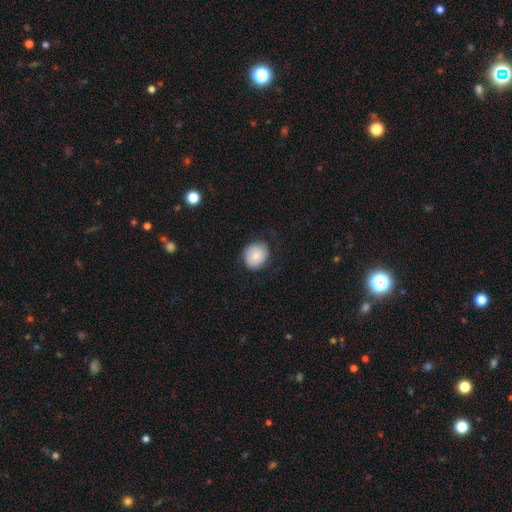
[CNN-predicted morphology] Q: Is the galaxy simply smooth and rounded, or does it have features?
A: smooth — 77%.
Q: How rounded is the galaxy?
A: round — 67%.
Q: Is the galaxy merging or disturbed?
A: none — 75%.